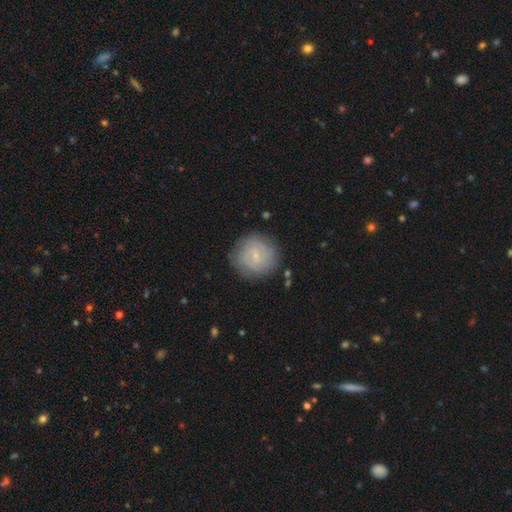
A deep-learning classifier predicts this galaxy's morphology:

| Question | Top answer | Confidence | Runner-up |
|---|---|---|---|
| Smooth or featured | featured or disk | 54% | smooth (39%) |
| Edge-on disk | no | 98% | yes (2%) |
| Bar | weak | 47% | no (45%) |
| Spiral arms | yes | 82% | no (18%) |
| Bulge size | small | 78% | moderate (11%) |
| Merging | none | 83% | minor disturbance (11%) |